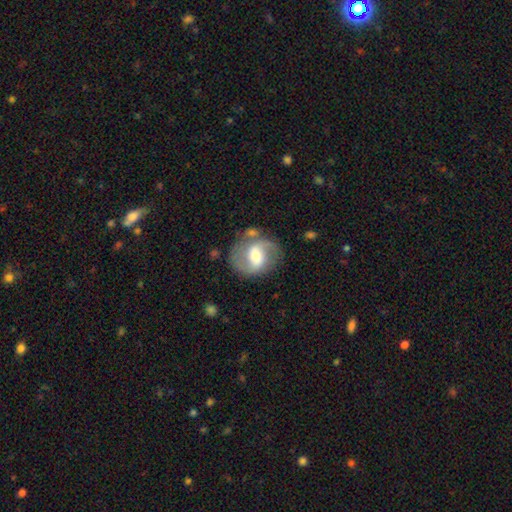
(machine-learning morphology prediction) Smooth or featured: featured or disk — 75% (smooth — 19%)
Edge-on disk: no — 97% (yes — 3%)
Bar: weak — 47% (strong — 29%)
Spiral arms: yes — 88% (no — 12%)
Spiral winding: medium — 51% (loose — 31%)
Spiral arm count: 2 — 88% (can't tell — 5%)
Bulge size: moderate — 59% (small — 22%)
Merging: none — 73% (minor disturbance — 15%)